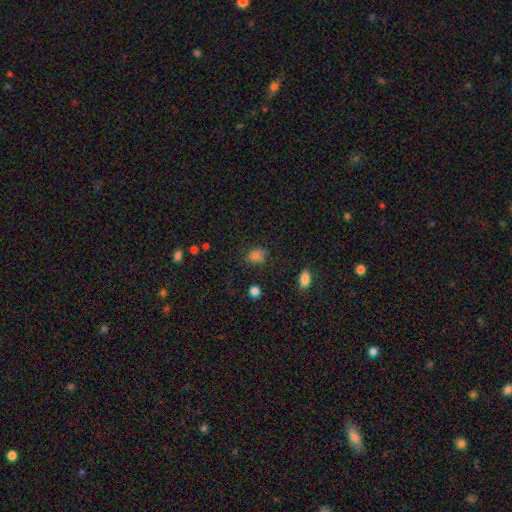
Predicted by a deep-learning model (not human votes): Smooth or featured: smooth — 78% (star or artifact — 16%)
How rounded: in between — 64% (round — 34%)
Merging: none — 69% (minor disturbance — 20%)